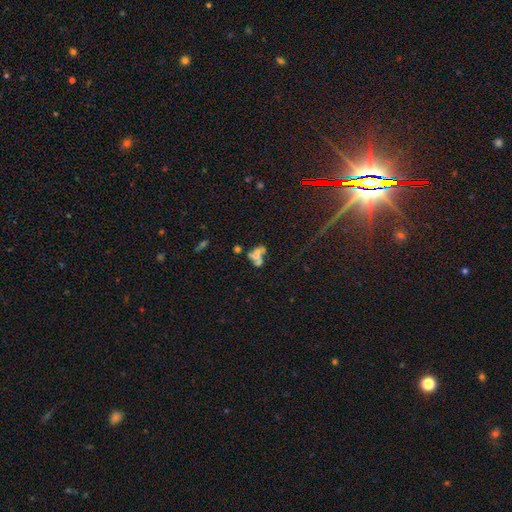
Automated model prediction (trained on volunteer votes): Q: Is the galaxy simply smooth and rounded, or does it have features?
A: featured or disk — 43%.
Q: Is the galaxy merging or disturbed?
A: merger — 50%.